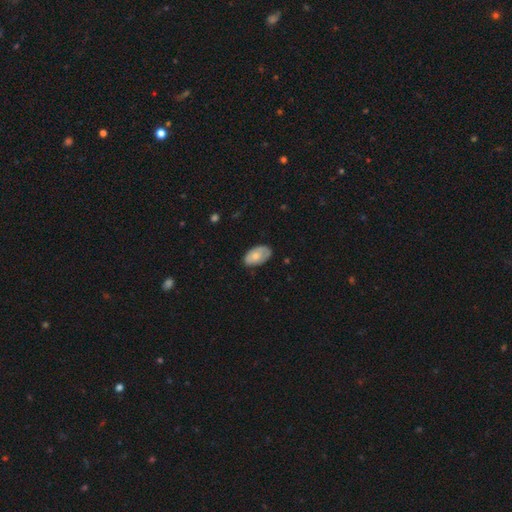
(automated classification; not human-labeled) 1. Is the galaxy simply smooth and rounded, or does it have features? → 69% smooth, 25% featured or disk, 6% star or artifact.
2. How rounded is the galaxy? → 93% in between, 5% round, 1% cigar-shaped.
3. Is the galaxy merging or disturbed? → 69% none, 25% minor disturbance, 4% major disturbance, 1% merger.